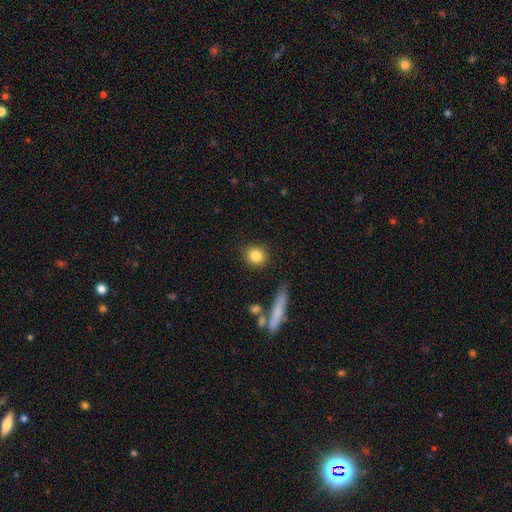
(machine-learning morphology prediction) Smooth or featured: smooth — 83% (star or artifact — 9%)
How rounded: round — 84% (in between — 14%)
Merging: none — 87% (minor disturbance — 8%)